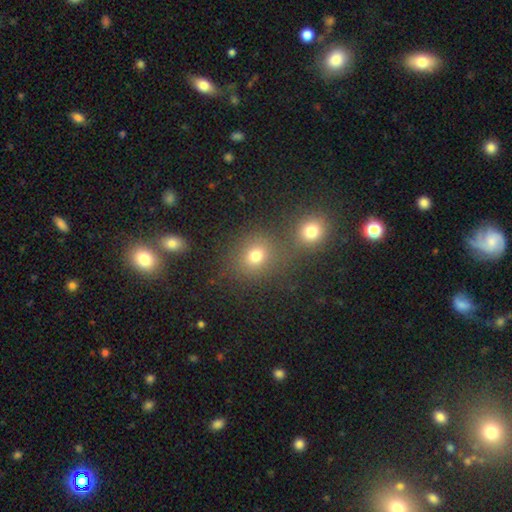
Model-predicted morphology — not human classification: smooth-or-featured: smooth: 73% | star or artifact: 18% | featured or disk: 8%
  how-rounded: round: 75% | in between: 24% | cigar-shaped: 1%
  merging: none: 55% | merger: 33% | minor disturbance: 7% | major disturbance: 4%